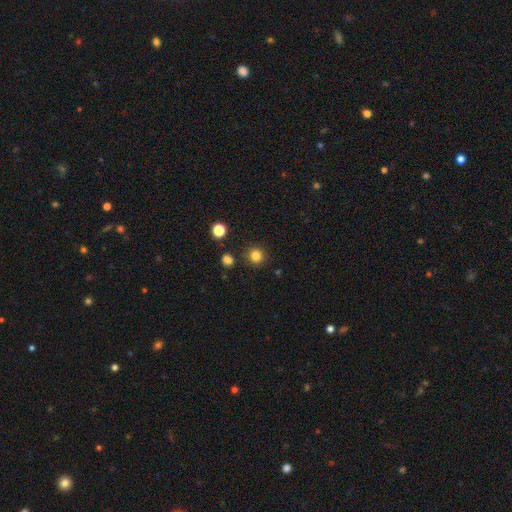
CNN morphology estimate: This is clearly a smooth galaxy (82%). How rounded: clearly round (93%). Merging: clearly none (88%).